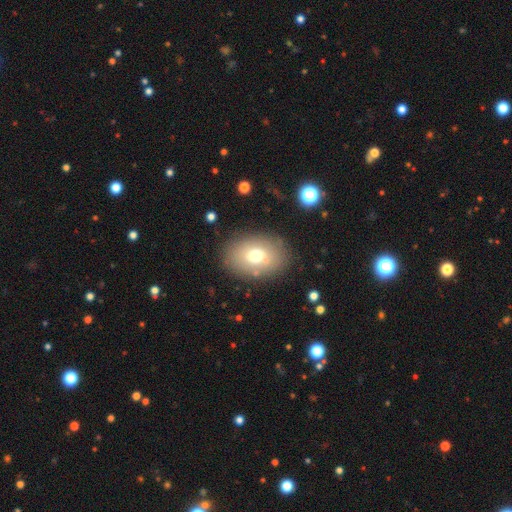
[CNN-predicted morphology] Smooth or featured?
  - smooth: 69% *
  - featured or disk: 20%
  - star or artifact: 11%
How rounded?
  - in between: 74% *
  - round: 25%
  - cigar-shaped: 1%
Merging?
  - none: 81% *
  - minor disturbance: 12%
  - major disturbance: 5%
  - merger: 3%